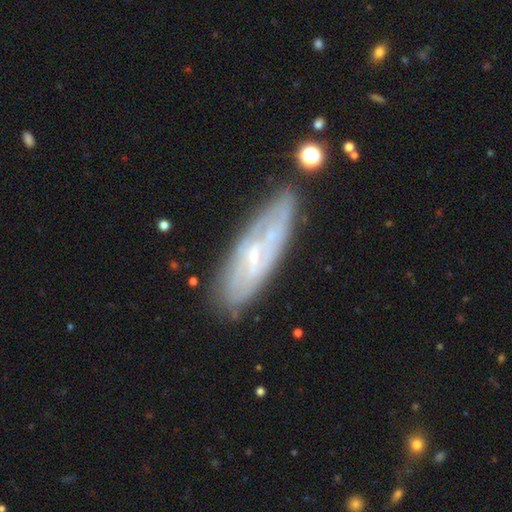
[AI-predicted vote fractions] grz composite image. It shows a featured or disk galaxy (70%) with no bar (46%), spiral arms (68%) and a small central bulge (72%). Merging: none (73%).